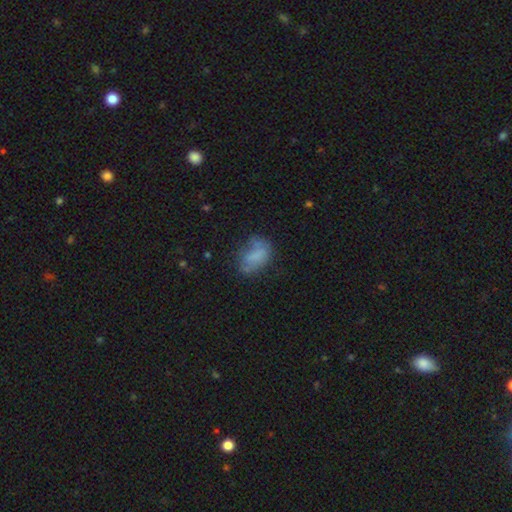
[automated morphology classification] smooth 68%, featured or disk 22%, star or artifact 10%. Down the decision tree: how rounded — in between (84%); merging — none (46%).